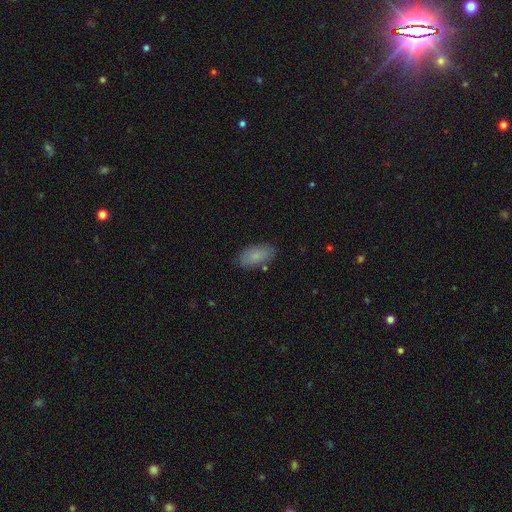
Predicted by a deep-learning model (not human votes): Q: Smooth or featured?
A: smooth (83%); runner-up: featured or disk (9%)
Q: How rounded?
A: in between (91%); runner-up: cigar-shaped (5%)
Q: Merging?
A: none (82%); runner-up: minor disturbance (13%)